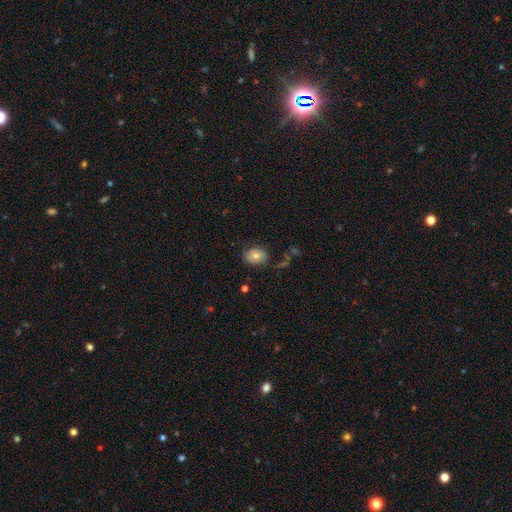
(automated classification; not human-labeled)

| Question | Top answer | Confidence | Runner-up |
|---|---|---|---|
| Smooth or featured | smooth | 75% | featured or disk (16%) |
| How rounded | in between | 57% | round (42%) |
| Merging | none | 72% | minor disturbance (19%) |